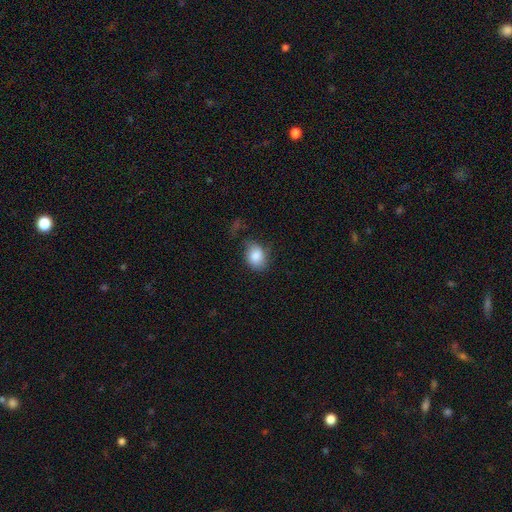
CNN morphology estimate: smooth_or_featured: smooth (p=0.85) [alt: star or artifact p=0.07]
how_rounded: in between (p=0.69) [alt: round p=0.30]
merging: none (p=0.64) [alt: minor disturbance p=0.25]